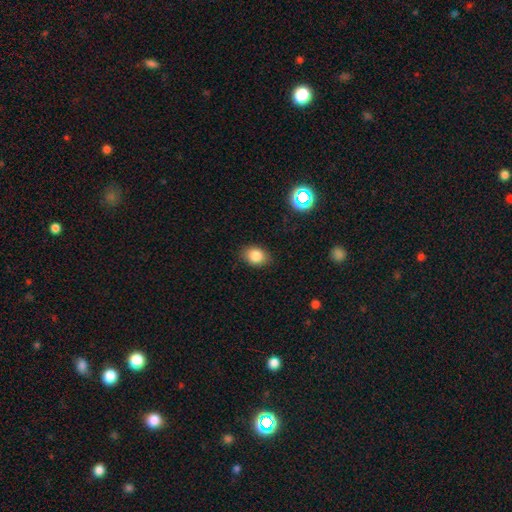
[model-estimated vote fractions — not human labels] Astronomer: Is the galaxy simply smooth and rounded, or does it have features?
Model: smooth — 84%.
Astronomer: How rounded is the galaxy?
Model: in between — 66%.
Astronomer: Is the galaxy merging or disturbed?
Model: none — 85%.